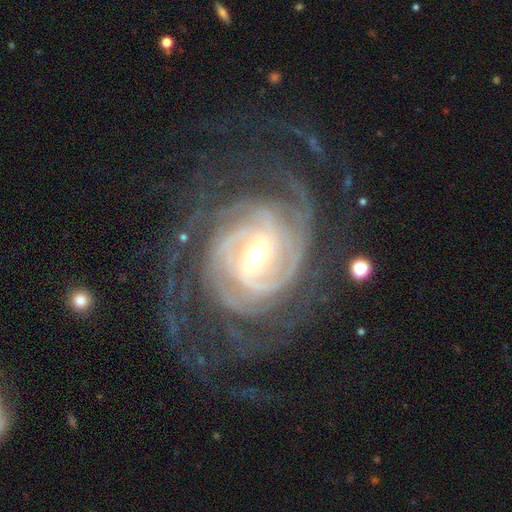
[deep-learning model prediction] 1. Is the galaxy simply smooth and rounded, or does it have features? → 92% featured or disk, 5% star or artifact, 3% smooth.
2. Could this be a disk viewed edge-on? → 97% no, 3% yes.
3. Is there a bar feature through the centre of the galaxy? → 47% strong, 40% weak, 12% no.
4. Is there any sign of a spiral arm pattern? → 98% yes, 2% no.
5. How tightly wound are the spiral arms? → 69% tight, 25% medium, 6% loose.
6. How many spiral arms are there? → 21% 2, 20% can't tell, 19% 4, 19% 3, 12% more than 4, 8% 1.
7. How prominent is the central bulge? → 57% moderate, 33% small, 8% large, 1% dominant, 1% none.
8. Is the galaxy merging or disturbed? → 67% none, 17% major disturbance, 15% minor disturbance, 1% merger.